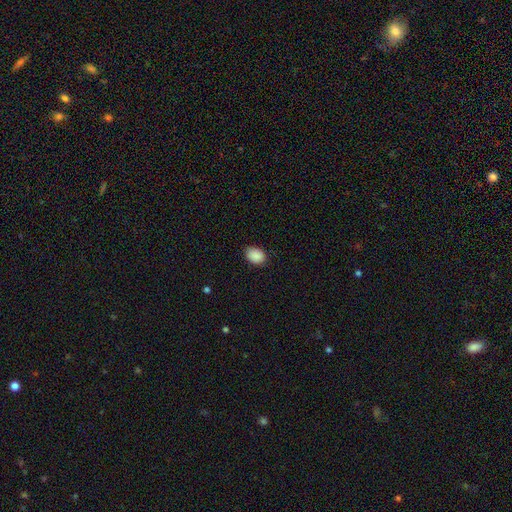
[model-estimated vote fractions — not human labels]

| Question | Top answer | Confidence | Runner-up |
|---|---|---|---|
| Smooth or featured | smooth | 90% | star or artifact (7%) |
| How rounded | in between | 72% | round (27%) |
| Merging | none | 84% | minor disturbance (12%) |